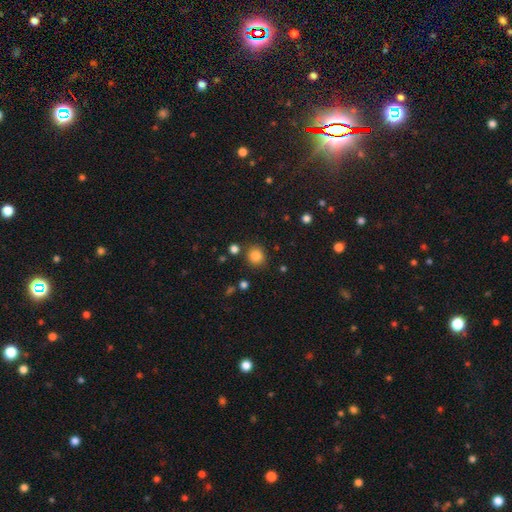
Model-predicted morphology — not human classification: This is clearly a smooth galaxy (84%). How rounded: clearly round (88%). Merging: clearly none (84%).